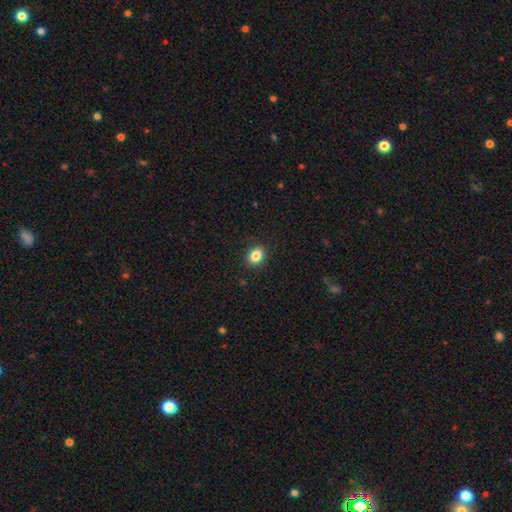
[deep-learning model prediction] A smooth galaxy with no disk features (85%) that is round (60%). Merging: none (90%).